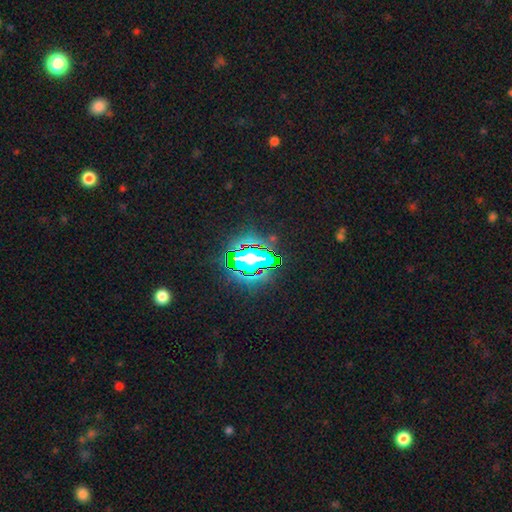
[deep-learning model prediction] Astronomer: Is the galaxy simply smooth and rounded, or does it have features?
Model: star or artifact — 81%.